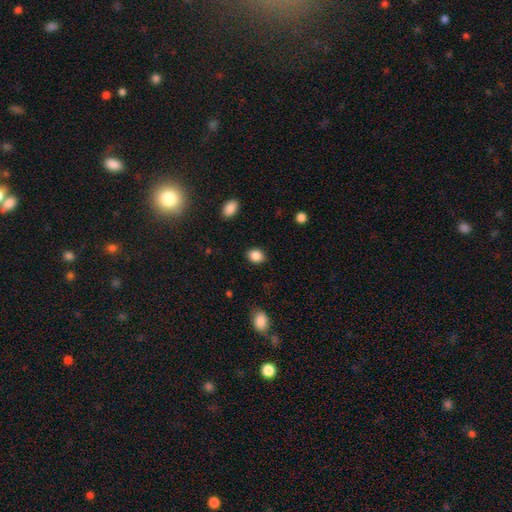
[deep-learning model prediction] Smooth or featured? smooth (87%)
How rounded? in between (53%)
Merging? none (87%)